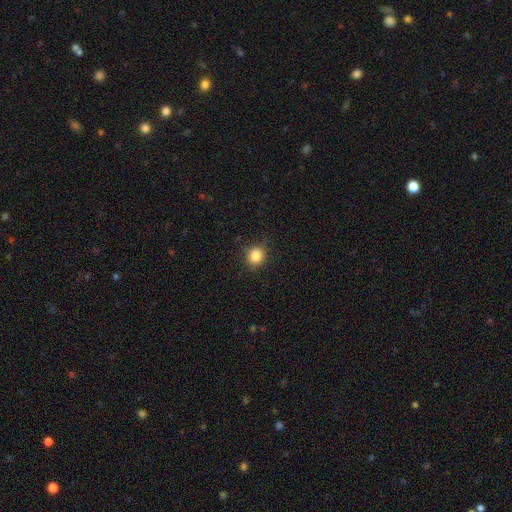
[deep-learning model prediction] smooth 85%, star or artifact 11%, featured or disk 4%. Down the decision tree: how rounded — round (83%); merging — none (87%).